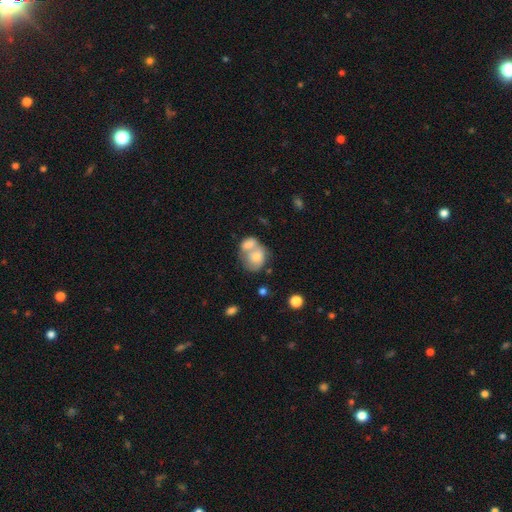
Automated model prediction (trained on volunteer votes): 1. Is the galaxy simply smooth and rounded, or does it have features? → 68% smooth, 24% featured or disk, 8% star or artifact.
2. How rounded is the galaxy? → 51% in between, 48% round, 1% cigar-shaped.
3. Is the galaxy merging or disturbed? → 69% merger, 17% none, 8% minor disturbance, 5% major disturbance.